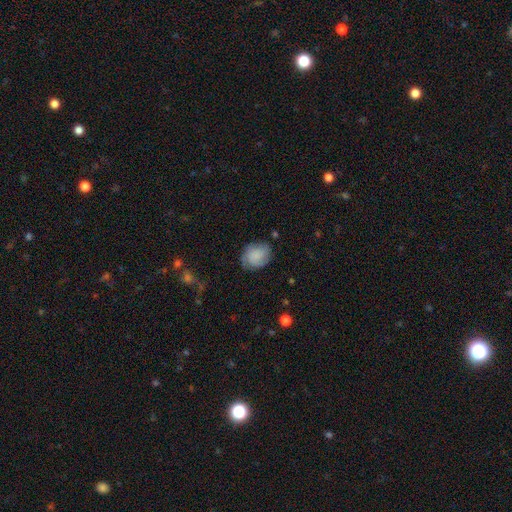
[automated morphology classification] A smooth galaxy with no disk features (63%) that is in between round and cigar-shaped (49%, tied with round). Merging: none (69%).